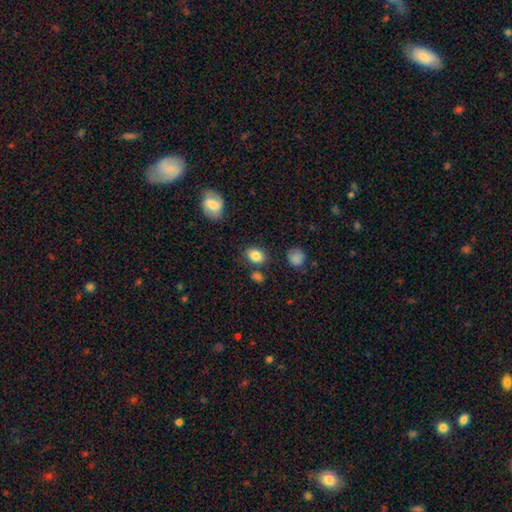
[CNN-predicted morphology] A smooth galaxy with no disk features (84%) that is in between round and cigar-shaped (73%). Merging: none (77%).